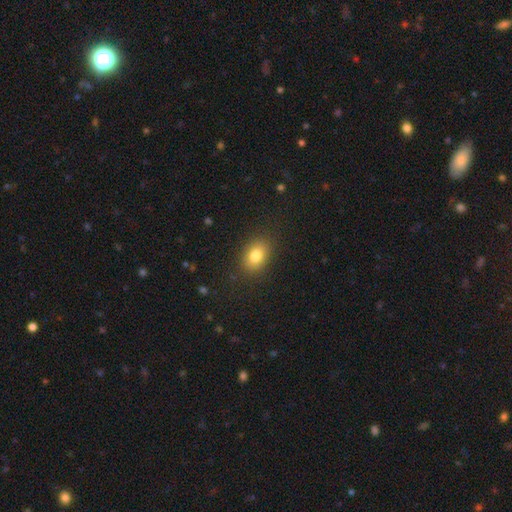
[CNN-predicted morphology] Q: Smooth or featured?
A: smooth (81%); runner-up: star or artifact (10%)
Q: How rounded?
A: in between (76%); runner-up: round (23%)
Q: Merging?
A: none (86%); runner-up: minor disturbance (10%)